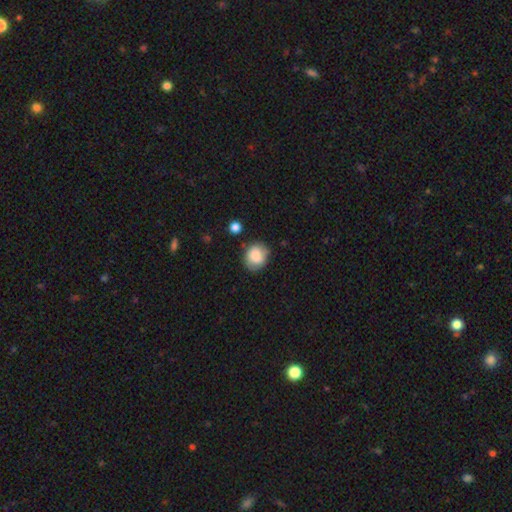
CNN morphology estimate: Q: Smooth or featured?
A: smooth (82%); runner-up: featured or disk (10%)
Q: How rounded?
A: round (64%); runner-up: in between (35%)
Q: Merging?
A: none (74%); runner-up: minor disturbance (19%)